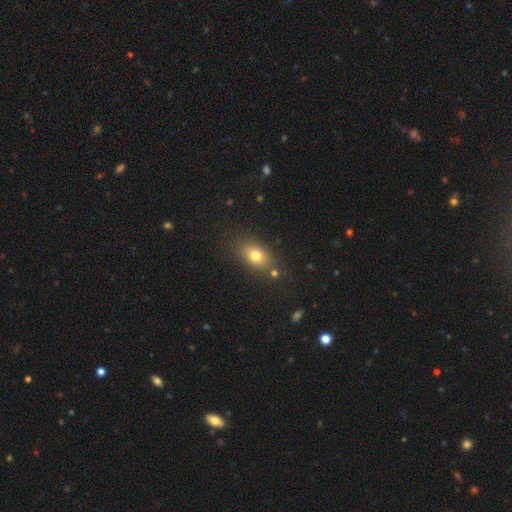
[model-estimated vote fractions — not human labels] The model was most divided on "how rounded": in between: 78%, round: 19%, cigar-shaped: 3%. More confident: merging — none (77%); smooth or featured — smooth (76%).